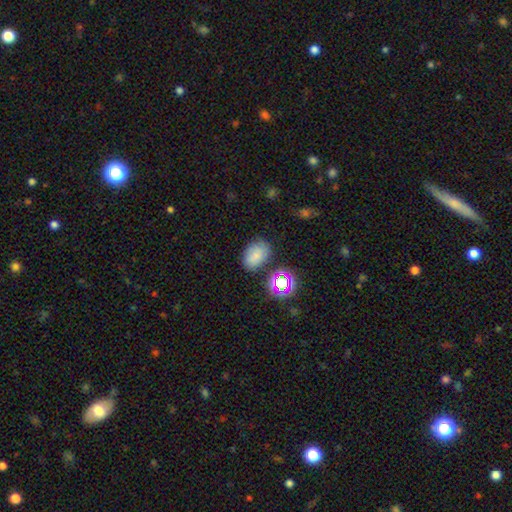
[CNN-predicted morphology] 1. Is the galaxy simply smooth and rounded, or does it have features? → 71% smooth, 18% star or artifact, 11% featured or disk.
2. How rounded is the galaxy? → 78% in between, 21% round, 1% cigar-shaped.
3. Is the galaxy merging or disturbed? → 71% none, 17% minor disturbance, 7% merger, 5% major disturbance.